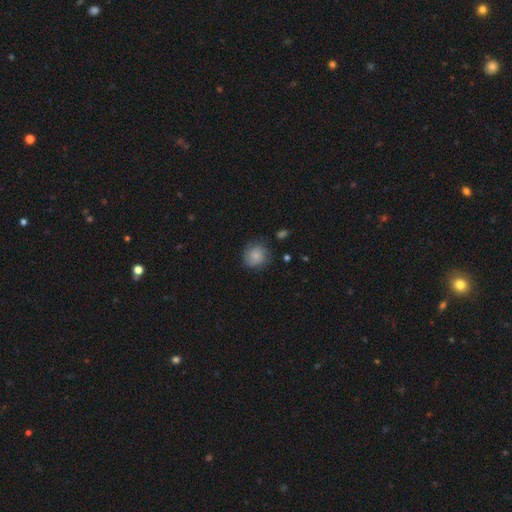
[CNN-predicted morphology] type=smooth (79%); roundness=round (87%); merging=none (73%).